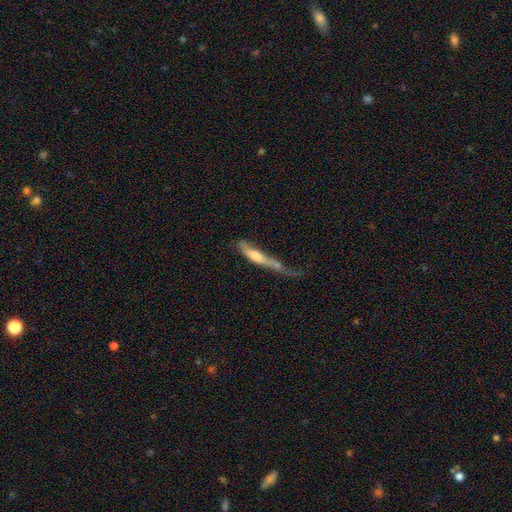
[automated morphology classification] Smooth or featured?
  - smooth: 47% *
  - featured or disk: 45%
  - star or artifact: 8%
Merging?
  - major disturbance: 36% *
  - merger: 25%
  - none: 21%
  - minor disturbance: 19%